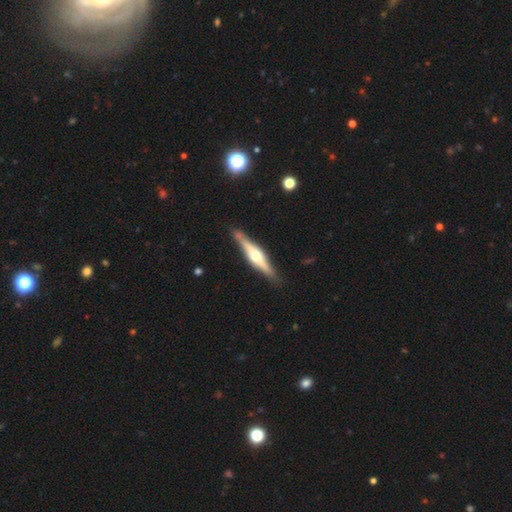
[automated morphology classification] This is likely a featured or disk galaxy (70%). It is clearly viewed edge-on (96%). Edge-on bulge: clearly rounded (89%). Merging: clearly none (84%).